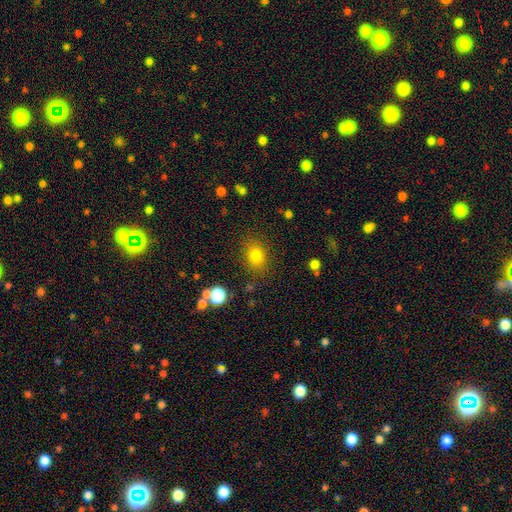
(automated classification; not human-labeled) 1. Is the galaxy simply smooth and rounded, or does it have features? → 78% smooth, 14% star or artifact, 8% featured or disk.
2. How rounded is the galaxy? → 52% in between, 47% round, 1% cigar-shaped.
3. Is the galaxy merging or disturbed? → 84% none, 10% minor disturbance, 4% major disturbance, 2% merger.